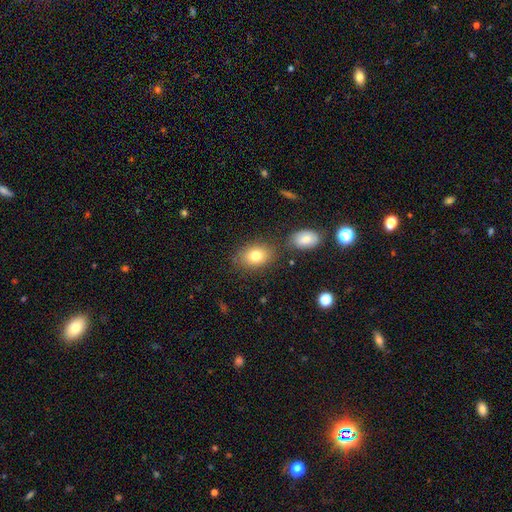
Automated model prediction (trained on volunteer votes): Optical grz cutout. It shows a smooth galaxy with no disk features (80%) that is in between round and cigar-shaped (74%). Merging: none (74%).